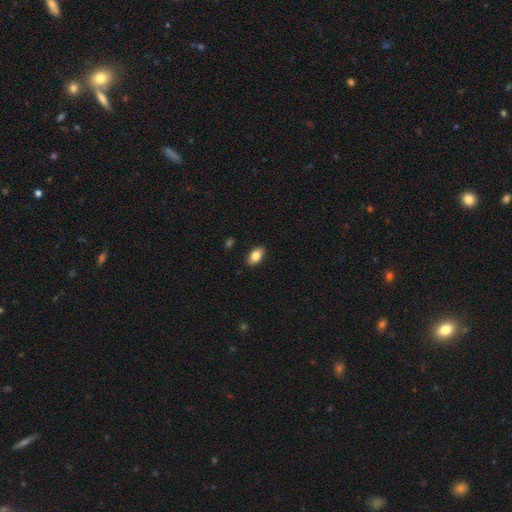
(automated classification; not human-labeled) smooth_or_featured: smooth (p=0.84) [alt: featured or disk p=0.08]
how_rounded: in between (p=0.92) [alt: round p=0.05]
merging: none (p=0.88) [alt: minor disturbance p=0.09]